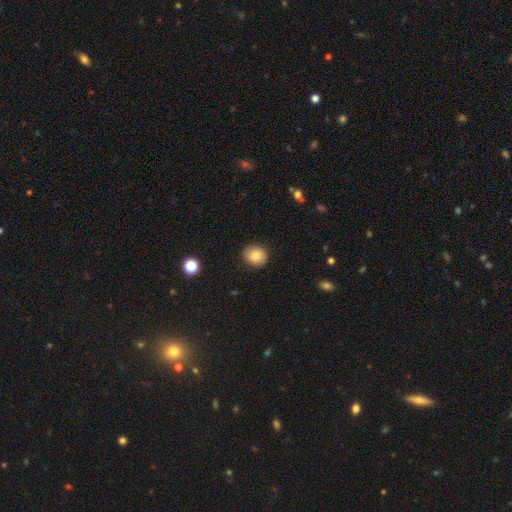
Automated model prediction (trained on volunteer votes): Overall: smooth (82%). How rounded: round (72%). Merging: none (88%).